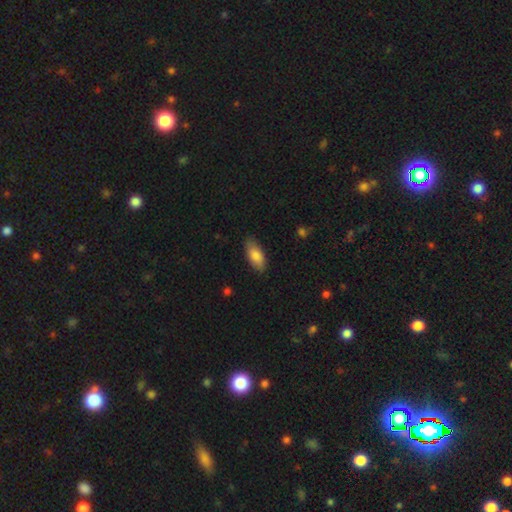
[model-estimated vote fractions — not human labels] Overall: smooth (84%). How rounded: in between (87%). Merging: none (83%).